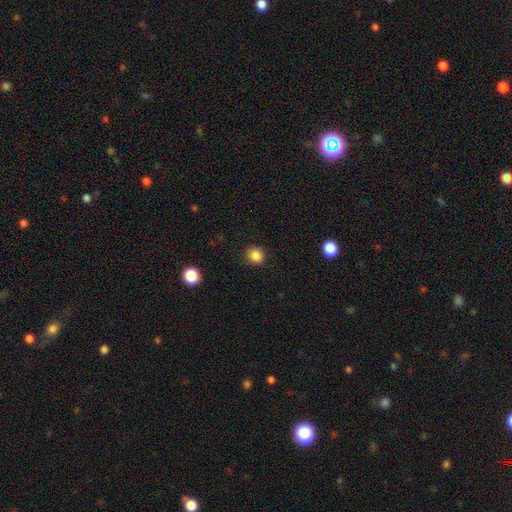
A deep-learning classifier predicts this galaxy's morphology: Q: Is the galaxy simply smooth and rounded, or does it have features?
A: smooth — 86%.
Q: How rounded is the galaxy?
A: round — 86%.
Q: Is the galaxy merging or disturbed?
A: none — 89%.